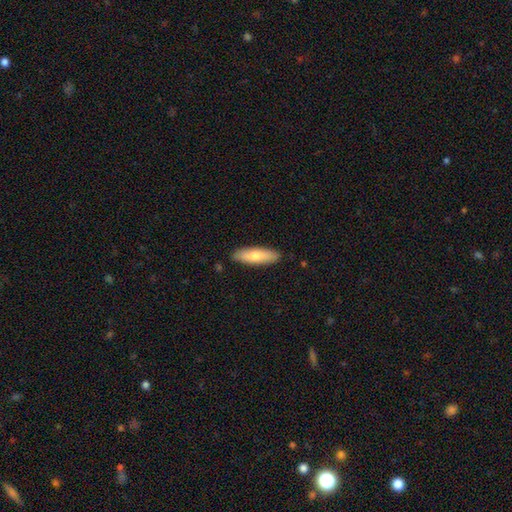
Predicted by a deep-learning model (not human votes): A smooth galaxy with no disk features (71%) that is cigar-shaped (54%).

Vote fractions:
- Smooth or featured? smooth: 71% / featured or disk: 24% / star or artifact: 6%
- How rounded? cigar-shaped: 54% / in between: 44% / round: 2%
- Merging? none: 88% / minor disturbance: 9% / major disturbance: 2% / merger: 1%